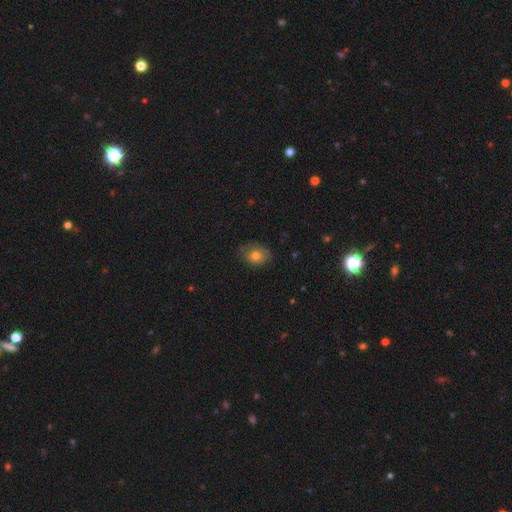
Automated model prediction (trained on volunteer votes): Morphology: type=smooth (70%); roundness=in between (63%); merging=none (69%).